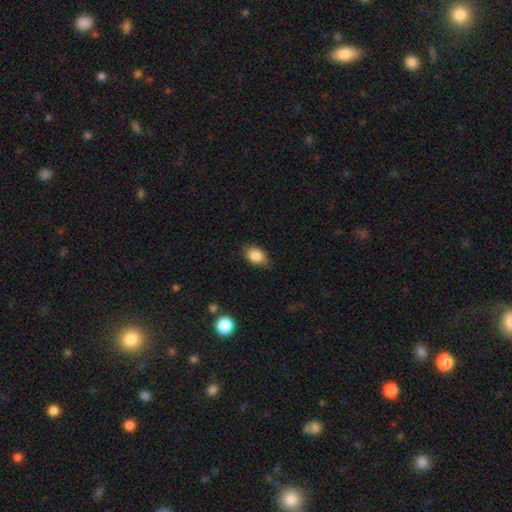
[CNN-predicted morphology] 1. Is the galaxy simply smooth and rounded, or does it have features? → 84% smooth, 8% featured or disk, 8% star or artifact.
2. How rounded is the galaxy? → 83% in between, 15% round, 2% cigar-shaped.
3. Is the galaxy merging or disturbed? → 74% none, 21% minor disturbance, 4% major disturbance, 1% merger.